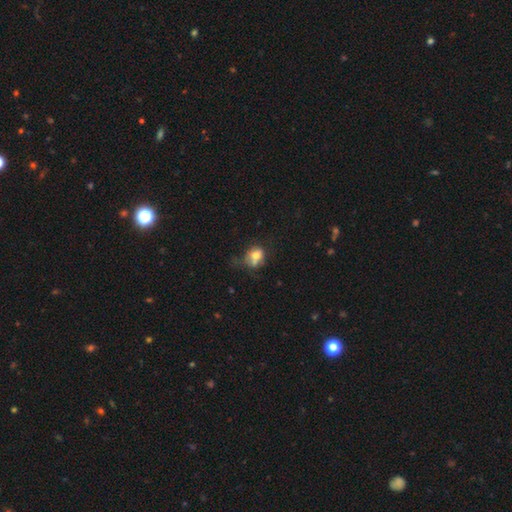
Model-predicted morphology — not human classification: Smooth or featured? Predicted: smooth (p=0.65). How rounded? Predicted: round (p=0.55). Merging? Predicted: none (p=0.34).